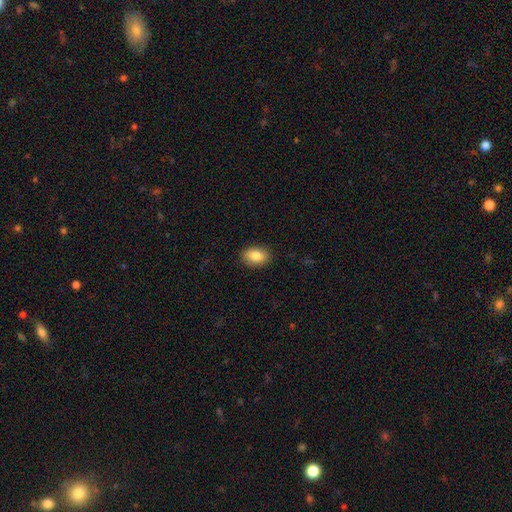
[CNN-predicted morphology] Smooth or featured? smooth (85%)
How rounded? in between (83%)
Merging? none (89%)